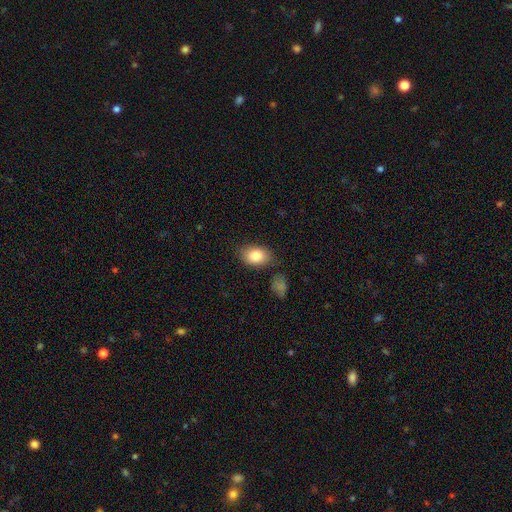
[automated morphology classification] The model was most divided on "merging": none: 74%, minor disturbance: 16%, merger: 6%, major disturbance: 4%. More confident: smooth or featured — smooth (86%); how rounded — in between (83%).